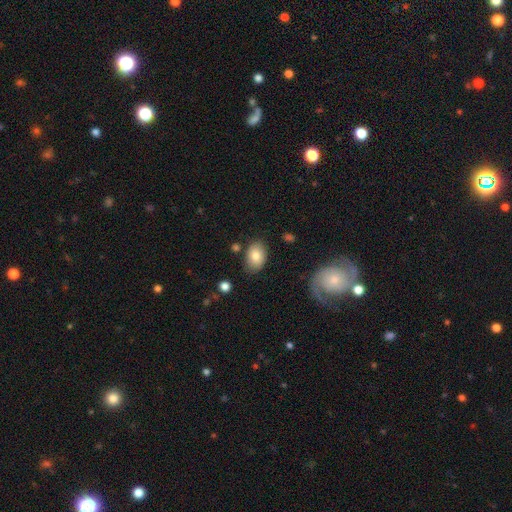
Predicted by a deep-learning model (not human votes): Smooth or featured? Predicted: smooth (p=0.82). How rounded? Predicted: in between (p=0.85). Merging? Predicted: none (p=0.78).